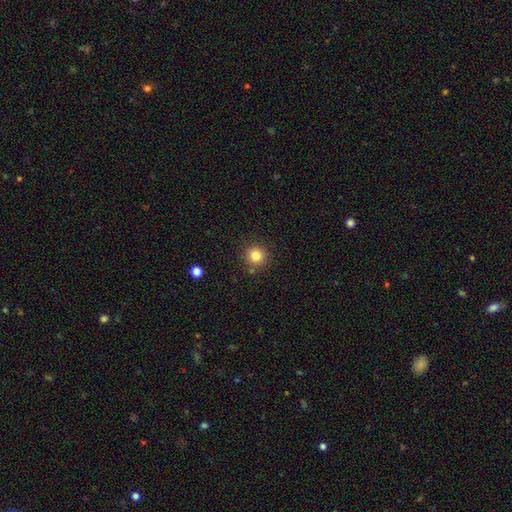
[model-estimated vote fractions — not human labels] The model was most divided on "smooth or featured": smooth: 82%, star or artifact: 12%, featured or disk: 6%. More confident: how rounded — round (94%); merging — none (86%).